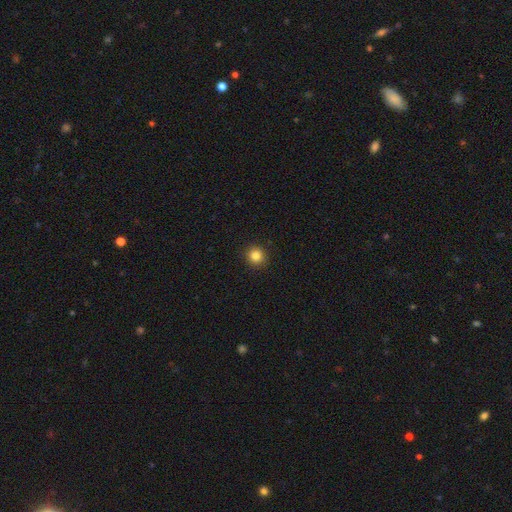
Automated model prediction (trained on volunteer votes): smooth-or-featured: smooth: 84% | star or artifact: 12% | featured or disk: 5%
  how-rounded: round: 93% | in between: 6% | cigar-shaped: 1%
  merging: none: 93% | minor disturbance: 5% | major disturbance: 2% | merger: 1%